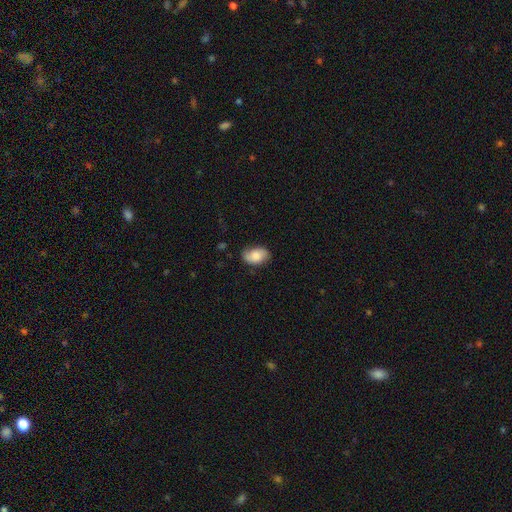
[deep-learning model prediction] smooth-or-featured: smooth: 74% | featured or disk: 19% | star or artifact: 7%
  how-rounded: in between: 88% | round: 10% | cigar-shaped: 1%
  merging: none: 71% | minor disturbance: 22% | major disturbance: 5% | merger: 1%